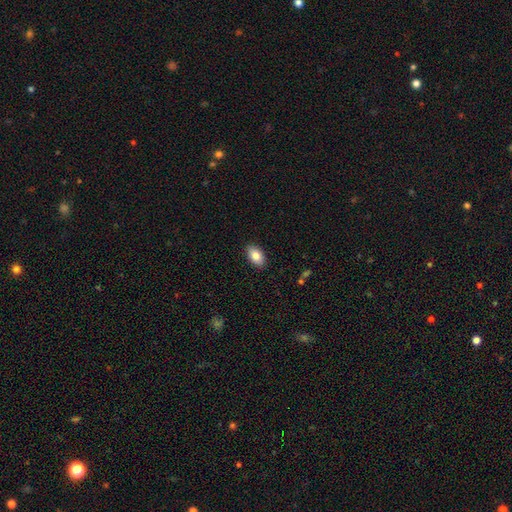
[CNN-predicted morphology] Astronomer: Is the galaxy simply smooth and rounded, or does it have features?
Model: smooth — 84%.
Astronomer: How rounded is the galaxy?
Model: in between — 93%.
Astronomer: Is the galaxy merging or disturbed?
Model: none — 89%.